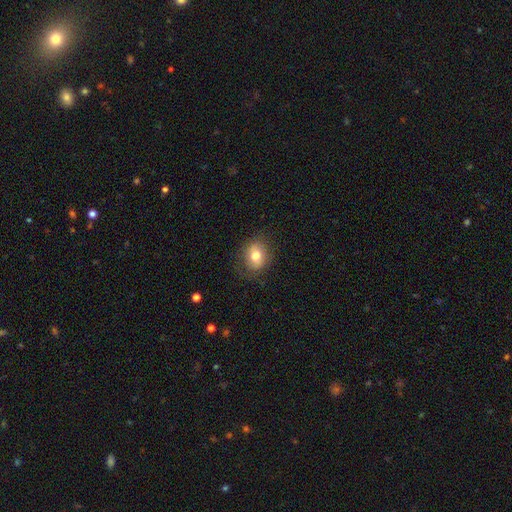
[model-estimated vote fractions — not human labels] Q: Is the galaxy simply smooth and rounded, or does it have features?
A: smooth — 72%.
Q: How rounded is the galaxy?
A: round — 53%.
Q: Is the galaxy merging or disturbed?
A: none — 79%.